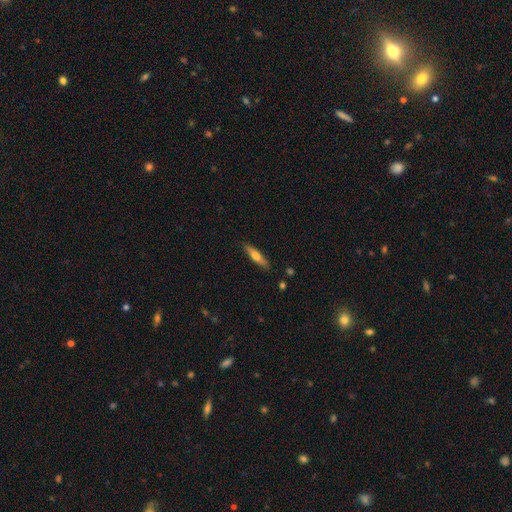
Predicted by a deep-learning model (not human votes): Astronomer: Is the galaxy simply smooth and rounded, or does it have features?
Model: smooth — 57% (runner-up: featured or disk, 37%).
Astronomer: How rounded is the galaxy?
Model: cigar-shaped — 81%.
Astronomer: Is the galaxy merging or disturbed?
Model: none — 87%.